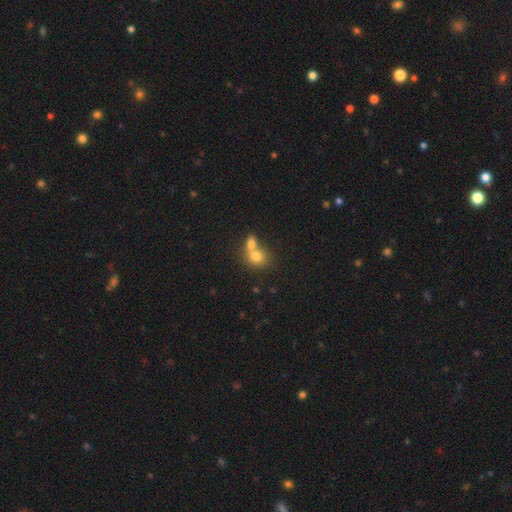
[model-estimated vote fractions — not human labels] This is likely a smooth galaxy (76%). How rounded: likely round (63%). Merging: likely merger (62%).